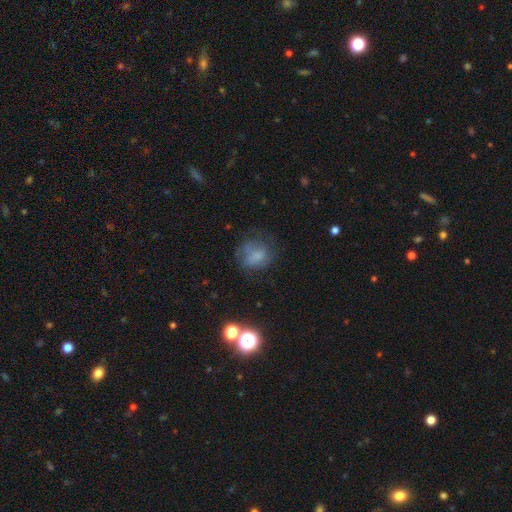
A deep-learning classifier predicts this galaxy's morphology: type=smooth (59%); roundness=round (62%); merging=none (52%).